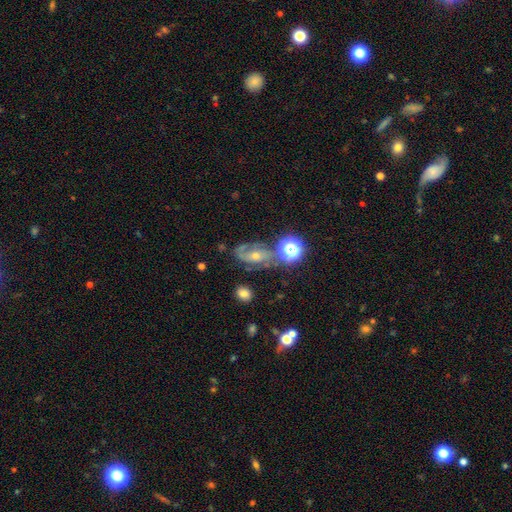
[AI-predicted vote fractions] Smooth or featured: featured or disk — 63% (star or artifact — 21%)
Edge-on disk: no — 95% (yes — 5%)
Bar: no — 52% (weak — 34%)
Spiral arms: yes — 85% (no — 15%)
Spiral winding: medium — 44% (tight — 38%)
Spiral arm count: 2 — 65% (can't tell — 17%)
Bulge size: moderate — 53% (small — 41%)
Merging: none — 64% (minor disturbance — 18%)